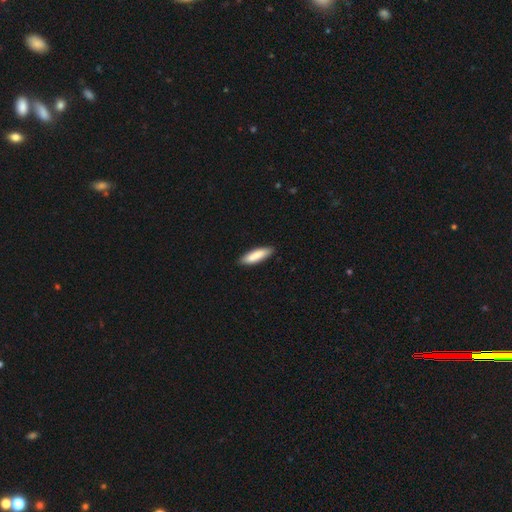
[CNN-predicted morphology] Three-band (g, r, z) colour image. It shows a smooth galaxy with no disk features (85%) that is cigar-shaped (60%). Merging: none (87%).